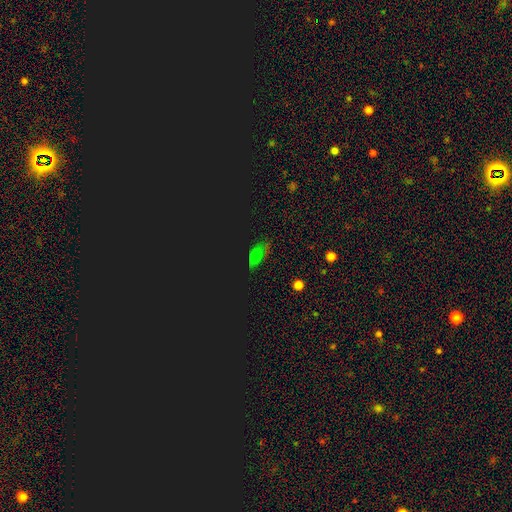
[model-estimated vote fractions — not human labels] The model was most divided on "smooth or featured": star or artifact: 48%, smooth: 40%, featured or disk: 12%.